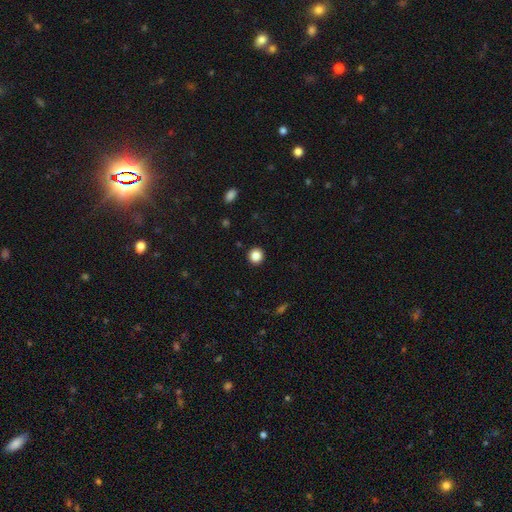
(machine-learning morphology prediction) smooth_or_featured: smooth (p=0.85) [alt: star or artifact p=0.11]
how_rounded: round (p=0.94) [alt: in between p=0.05]
merging: none (p=0.93) [alt: minor disturbance p=0.04]